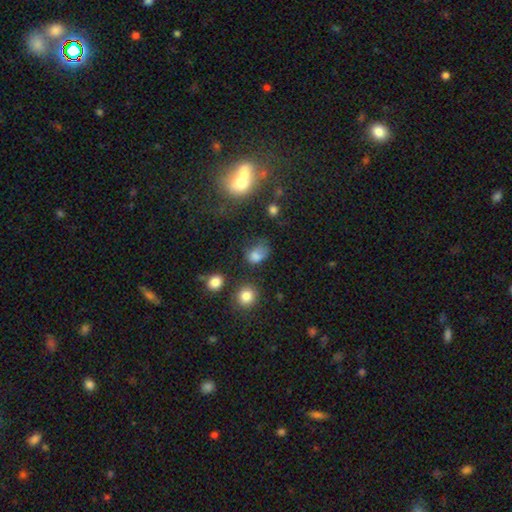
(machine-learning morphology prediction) Smooth or featured? Predicted: smooth (p=0.75). How rounded? Predicted: in between (p=0.66). Merging? Predicted: none (p=0.41).